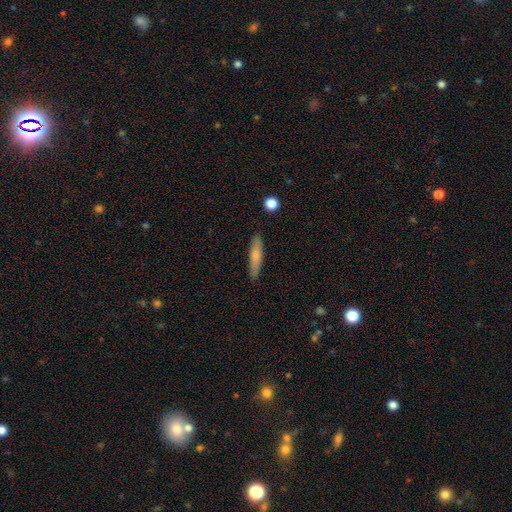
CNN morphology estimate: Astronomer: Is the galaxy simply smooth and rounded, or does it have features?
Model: smooth — 71%.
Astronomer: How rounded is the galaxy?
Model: cigar-shaped — 83%.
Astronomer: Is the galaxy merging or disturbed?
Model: none — 87%.